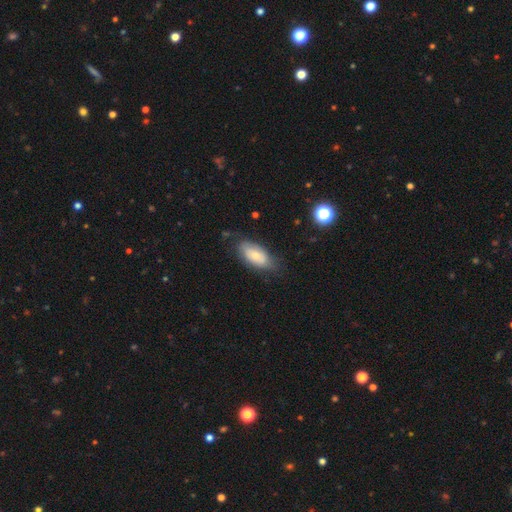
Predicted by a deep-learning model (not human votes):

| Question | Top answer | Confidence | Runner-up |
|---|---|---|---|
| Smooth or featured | smooth | 67% | featured or disk (26%) |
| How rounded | in between | 91% | cigar-shaped (6%) |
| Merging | none | 66% | minor disturbance (25%) |